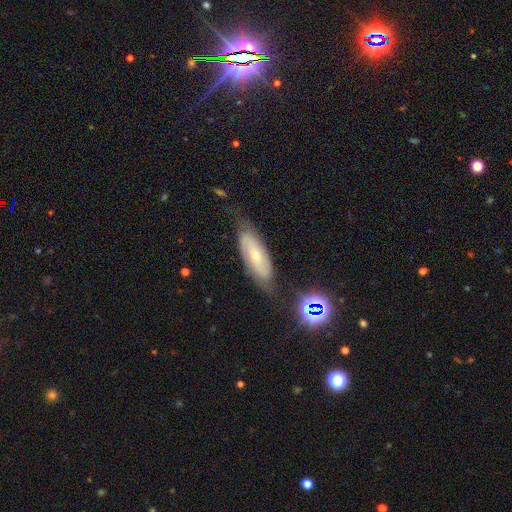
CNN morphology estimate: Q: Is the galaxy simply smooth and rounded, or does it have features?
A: featured or disk — 54%.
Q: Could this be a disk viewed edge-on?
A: no — 81%.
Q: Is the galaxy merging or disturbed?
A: none — 68%.